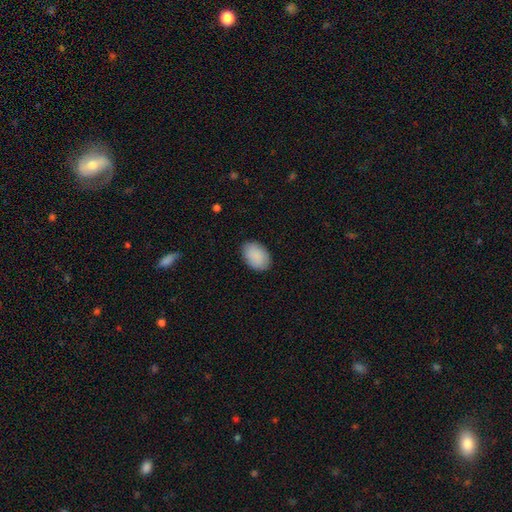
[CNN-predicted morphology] This is clearly a smooth galaxy (90%). How rounded: clearly in between (86%). Merging: clearly none (86%).